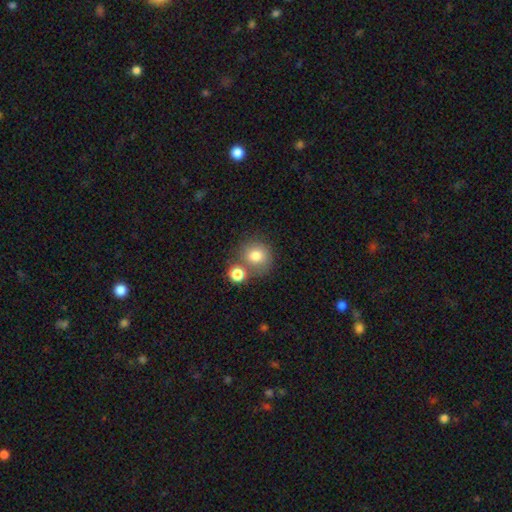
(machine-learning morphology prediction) smooth 79%, featured or disk 10%, star or artifact 10%. Down the decision tree: how rounded — round (87%); merging — none (58%).